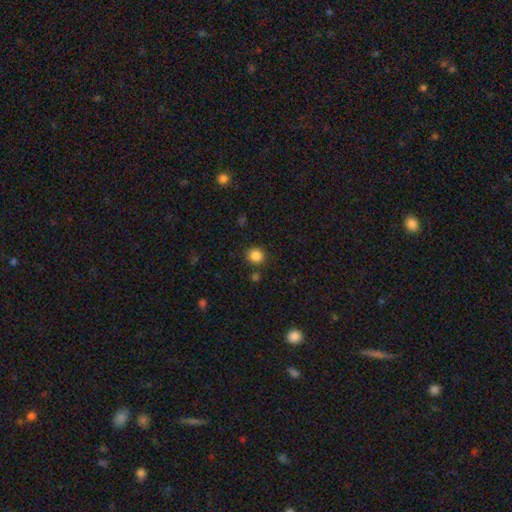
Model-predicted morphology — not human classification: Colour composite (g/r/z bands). It shows a smooth galaxy with no disk features (85%) that is round (85%). Merging: none (84%).